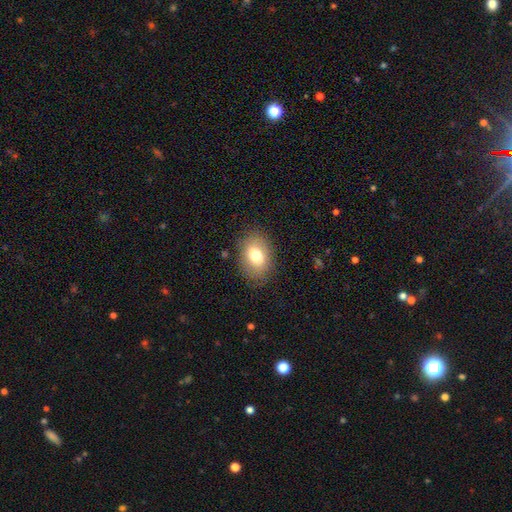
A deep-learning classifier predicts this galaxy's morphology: Q: Smooth or featured?
A: smooth (74%); runner-up: featured or disk (16%)
Q: How rounded?
A: in between (75%); runner-up: round (24%)
Q: Merging?
A: none (83%); runner-up: minor disturbance (12%)